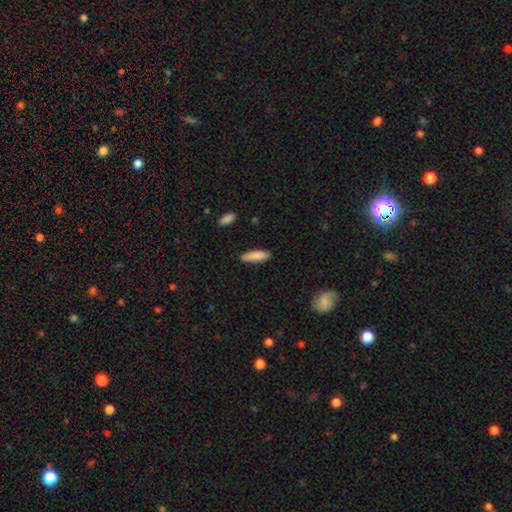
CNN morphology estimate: A smooth galaxy with no disk features (87%) that is cigar-shaped (51%). Merging: none (84%).